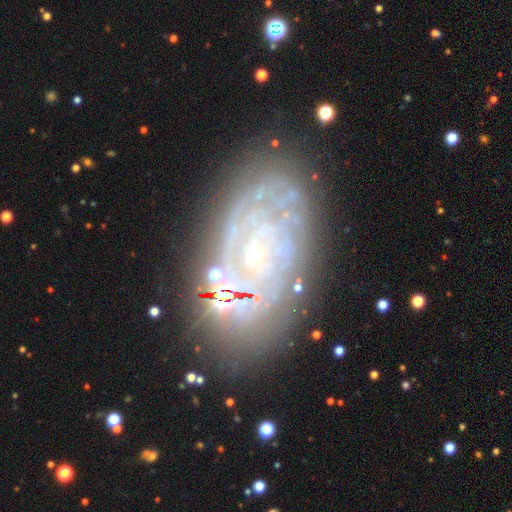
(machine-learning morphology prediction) This is likely a featured or disk galaxy (75%). It is clearly not viewed edge-on (95%). Bar: likely no (77%). Spiral arm pattern: clearly yes (80%). Spiral arm count: possibly can't tell (50%). Spiral winding: likely tight (76%). Central bulge: likely small (77%). Merging: likely none (74%).